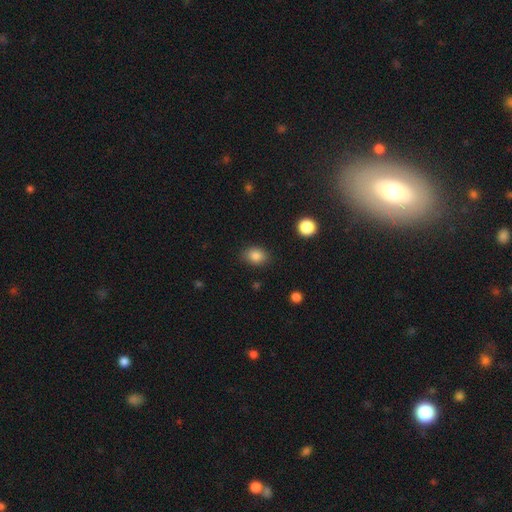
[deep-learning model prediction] The model was most divided on "how rounded": in between: 57%, round: 42%, cigar-shaped: 1%. More confident: merging — none (85%); smooth or featured — smooth (84%).